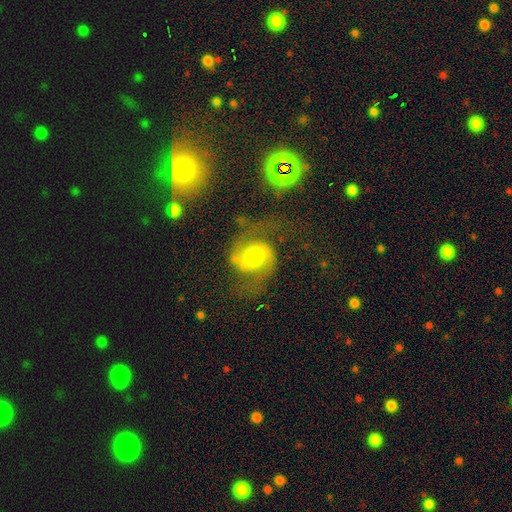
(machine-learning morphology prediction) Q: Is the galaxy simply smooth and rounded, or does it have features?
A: featured or disk — 78%.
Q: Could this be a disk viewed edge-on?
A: no — 97%.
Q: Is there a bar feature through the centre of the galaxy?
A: no — 60%.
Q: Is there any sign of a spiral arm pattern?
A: yes — 95%.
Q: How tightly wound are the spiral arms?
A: medium — 53%.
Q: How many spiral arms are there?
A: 2 — 92%.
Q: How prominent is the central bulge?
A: moderate — 71%.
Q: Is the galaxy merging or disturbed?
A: none — 64%.